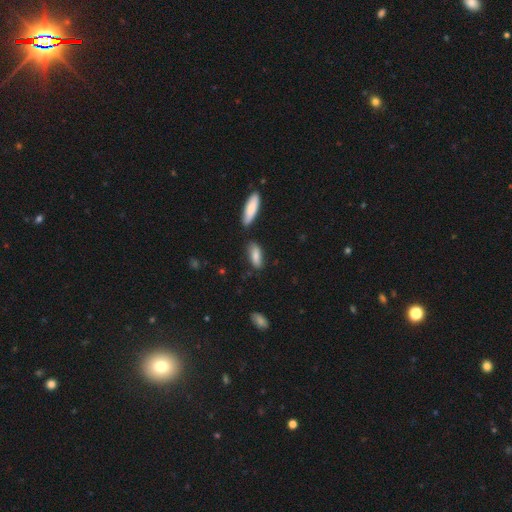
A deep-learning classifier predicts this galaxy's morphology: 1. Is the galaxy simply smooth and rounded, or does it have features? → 79% smooth, 14% featured or disk, 7% star or artifact.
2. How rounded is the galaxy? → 64% in between, 34% cigar-shaped, 2% round.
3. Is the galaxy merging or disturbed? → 72% none, 17% minor disturbance, 8% merger, 4% major disturbance.